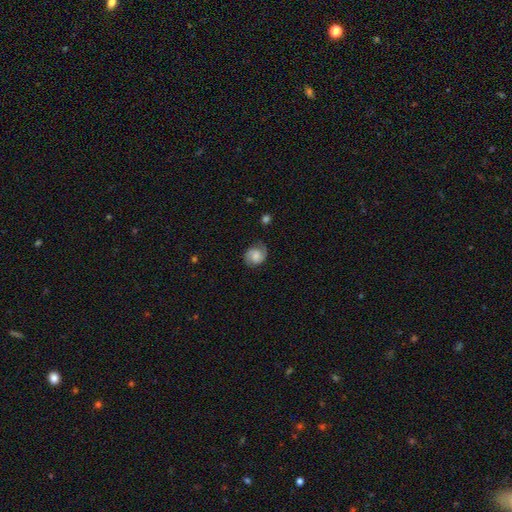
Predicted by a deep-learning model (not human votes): Morphology: type=featured or disk (67%); edge-on=no (98%); bar=no (56%); spiral arms=yes (95%); winding=medium (45%); arm count=2 (88%); bulge=moderate (38%); merging=none (78%).